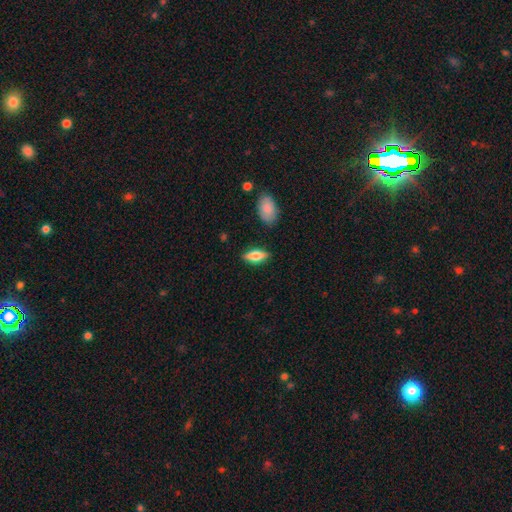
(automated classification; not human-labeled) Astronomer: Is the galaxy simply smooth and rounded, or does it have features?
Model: smooth — 57% (runner-up: featured or disk, 36%).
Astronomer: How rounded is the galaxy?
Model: in between — 69%.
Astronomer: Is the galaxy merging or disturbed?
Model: none — 86%.